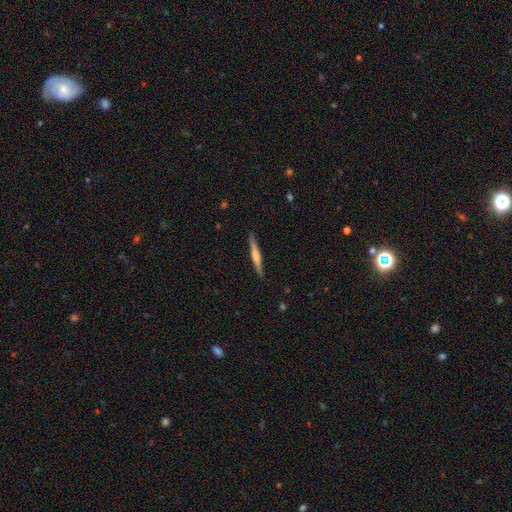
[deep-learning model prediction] A featured or disk galaxy (53%) viewed edge-on (98%) with a rounded central bulge (47%).

Vote fractions:
- Smooth or featured? featured or disk: 53% / smooth: 42% / star or artifact: 6%
- Edge-on disk? yes: 98% / no: 2%
- Edge-on bulge? rounded: 47% / none: 28% / boxy: 25%
- Merging? none: 90% / minor disturbance: 7% / major disturbance: 1% / merger: 1%